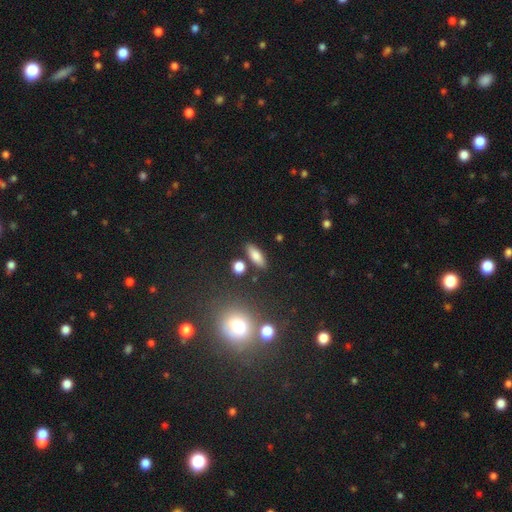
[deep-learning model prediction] Smooth or featured: smooth — 80% (featured or disk — 11%)
How rounded: in between — 67% (cigar-shaped — 29%)
Merging: none — 83% (minor disturbance — 9%)